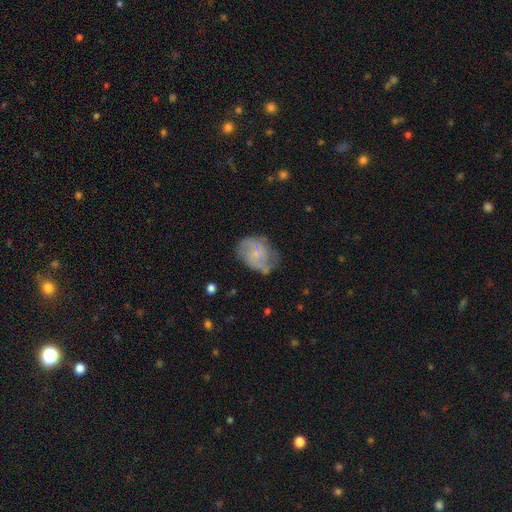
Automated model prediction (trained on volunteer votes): smooth_or_featured: featured or disk (p=0.60) [alt: smooth p=0.32]
disk_edge_on: no (p=0.97) [alt: yes p=0.03]
bar: no (p=0.60) [alt: weak p=0.34]
has_spiral_arms: yes (p=0.87) [alt: no p=0.13]
spiral_winding: medium (p=0.47) [alt: tight p=0.27]
spiral_arm_count: 2 (p=0.70) [alt: can't tell p=0.17]
bulge_size: small (p=0.55) [alt: none p=0.24]
merging: none (p=0.63) [alt: minor disturbance p=0.25]